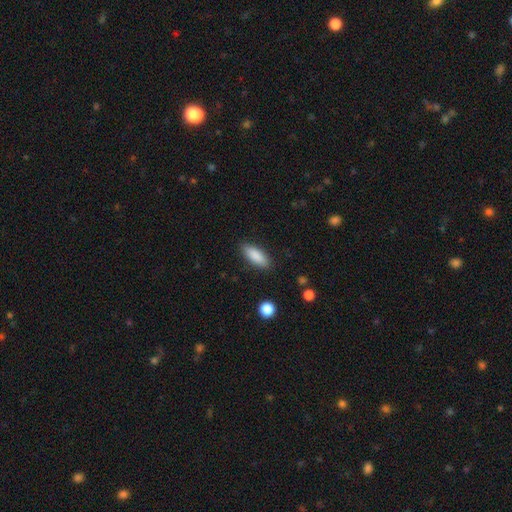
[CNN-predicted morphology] A smooth galaxy with no disk features (86%) that is in between round and cigar-shaped (69%). Merging: none (86%).